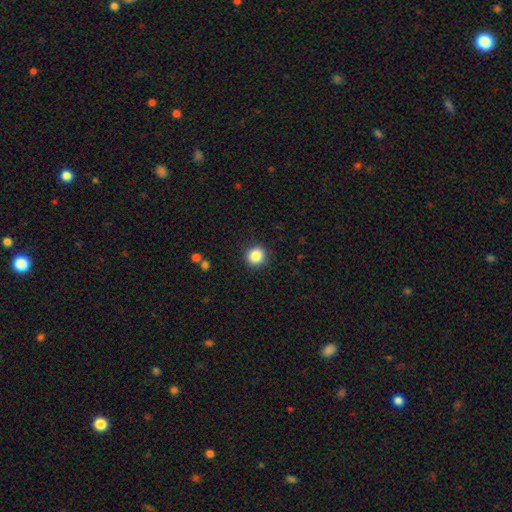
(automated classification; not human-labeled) This is clearly a smooth galaxy (86%). How rounded: clearly round (90%). Merging: clearly none (91%).